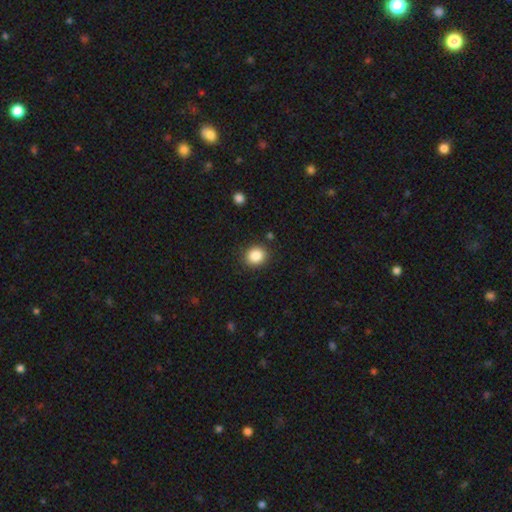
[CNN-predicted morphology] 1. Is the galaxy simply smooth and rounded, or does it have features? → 86% smooth, 10% star or artifact, 4% featured or disk.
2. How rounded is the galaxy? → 77% round, 22% in between, 1% cigar-shaped.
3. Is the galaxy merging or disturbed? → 89% none, 7% minor disturbance, 2% major disturbance, 2% merger.